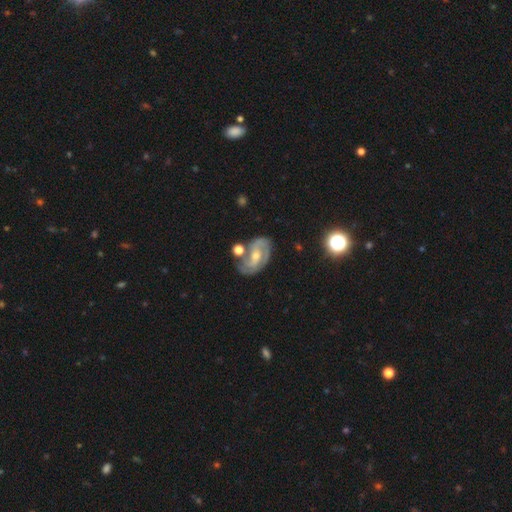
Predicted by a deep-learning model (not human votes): Smooth or featured? featured or disk (81%)
Edge-on disk? no (96%)
Bar? weak (45%)
Spiral arms? yes (92%)
Spiral winding? medium (47%)
Spiral arm count? 2 (79%)
Bulge size? moderate (52%)
Merging? none (67%)